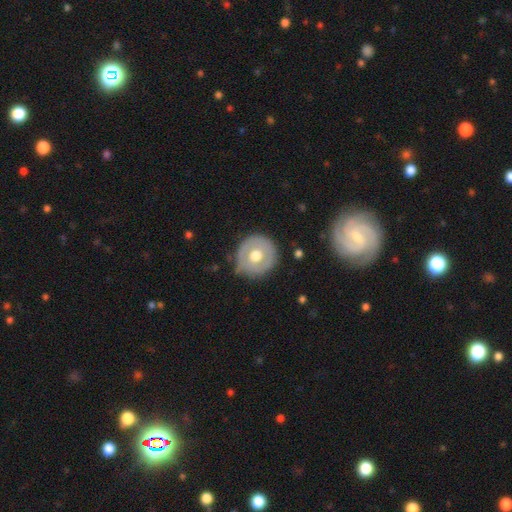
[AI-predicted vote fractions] smooth-or-featured: smooth: 49% | featured or disk: 45% | star or artifact: 6%
  merging: none: 81% | minor disturbance: 14% | major disturbance: 4% | merger: 2%